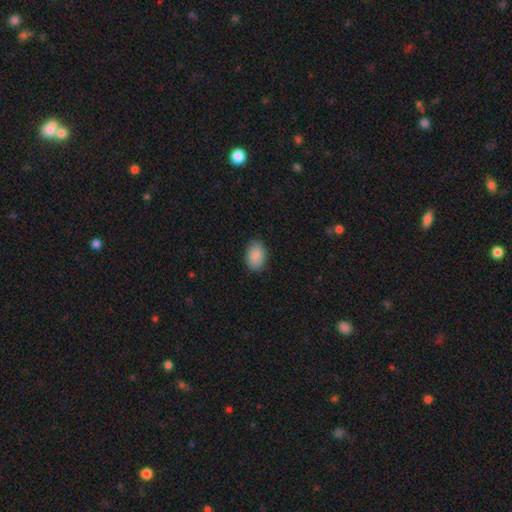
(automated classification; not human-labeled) Overall: smooth (86%). How rounded: in between (84%). Merging: none (87%).